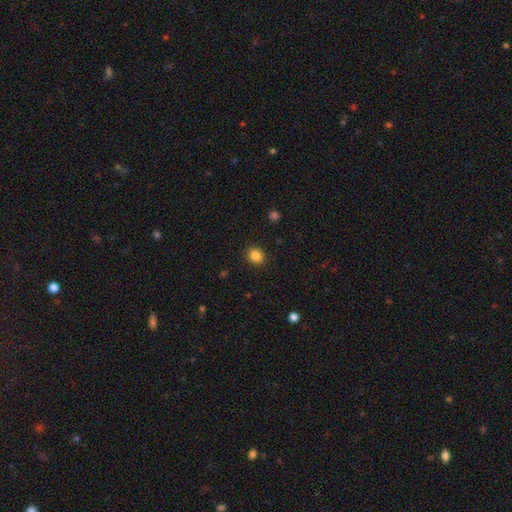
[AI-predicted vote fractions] The model was most divided on "how rounded": round: 78%, in between: 21%, cigar-shaped: 1%. More confident: merging — none (91%); smooth or featured — smooth (85%).